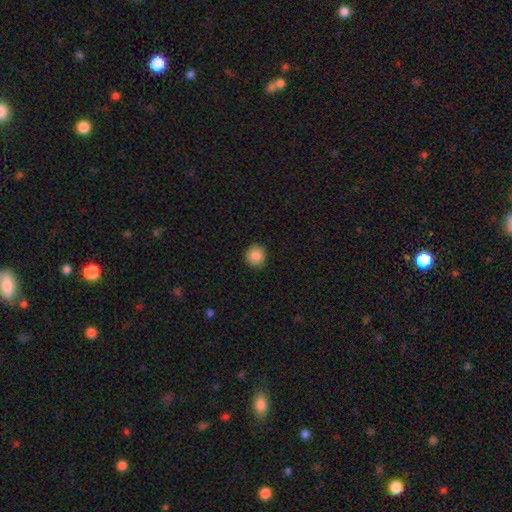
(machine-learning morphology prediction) The model was most divided on "smooth or featured": smooth: 88%, star or artifact: 8%, featured or disk: 3%. More confident: how rounded — round (93%); merging — none (90%).